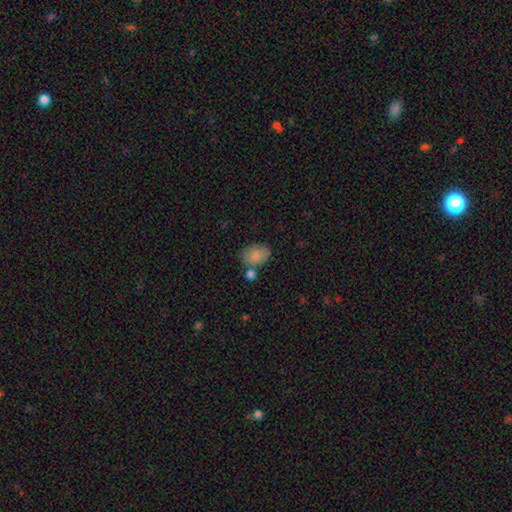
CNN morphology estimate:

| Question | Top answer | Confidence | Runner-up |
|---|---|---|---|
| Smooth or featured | smooth | 83% | featured or disk (10%) |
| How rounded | in between | 77% | round (22%) |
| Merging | none | 61% | minor disturbance (17%) |